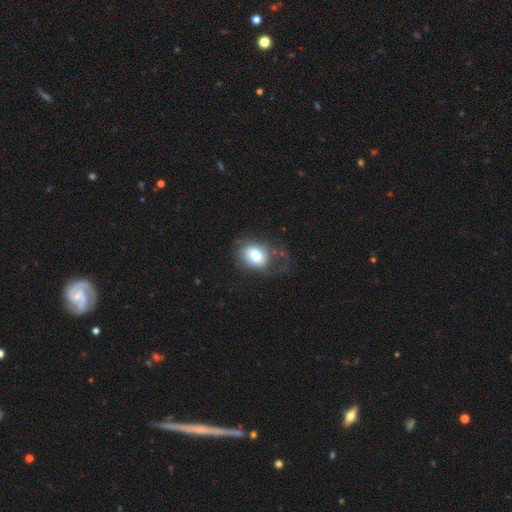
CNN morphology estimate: smooth-or-featured: smooth: 69% | featured or disk: 21% | star or artifact: 9%
  how-rounded: in between: 56% | round: 43% | cigar-shaped: 1%
  merging: none: 43% | major disturbance: 31% | minor disturbance: 24% | merger: 3%